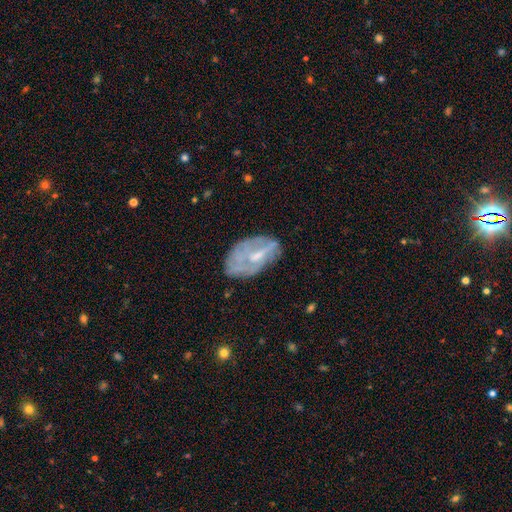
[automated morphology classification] Smooth or featured?
  - featured or disk: 57% *
  - smooth: 33%
  - star or artifact: 10%
Edge-on disk?
  - no: 93% *
  - yes: 7%
Bar?
  - no: 51% *
  - weak: 36%
  - strong: 12%
Spiral arms?
  - no: 60% *
  - yes: 40%
Bulge size?
  - moderate: 44% *
  - small: 39%
  - none: 13%
  - large: 3%
  - dominant: 1%
Merging?
  - none: 54% *
  - minor disturbance: 27%
  - major disturbance: 16%
  - merger: 3%